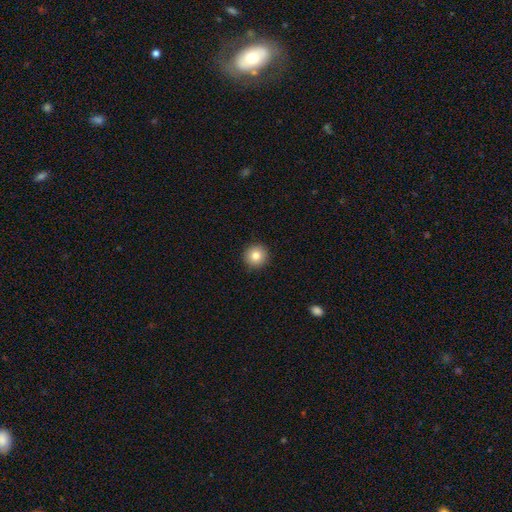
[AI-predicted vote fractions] This appears to be a smooth galaxy with no disk features (82%) that is round (95%). Merging: none (93%).